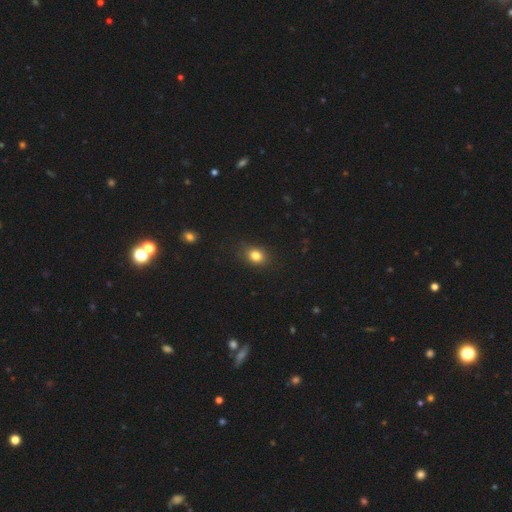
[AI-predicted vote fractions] smooth_or_featured: smooth (p=0.82) [alt: star or artifact p=0.11]
how_rounded: in between (p=0.53) [alt: round p=0.46]
merging: none (p=0.83) [alt: minor disturbance p=0.13]